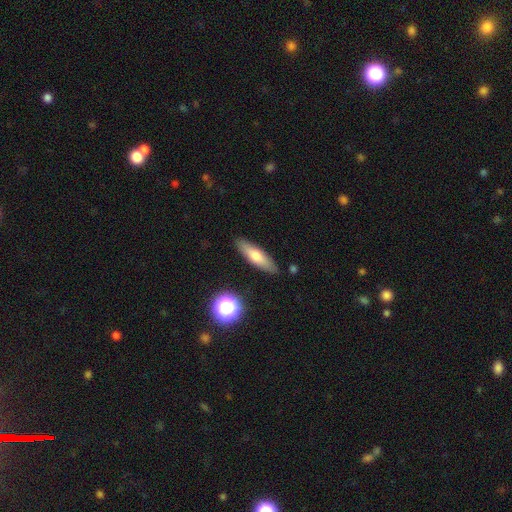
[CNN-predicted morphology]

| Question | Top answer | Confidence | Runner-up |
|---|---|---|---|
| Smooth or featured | smooth | 61% | featured or disk (32%) |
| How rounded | cigar-shaped | 64% | in between (34%) |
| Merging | none | 87% | minor disturbance (9%) |